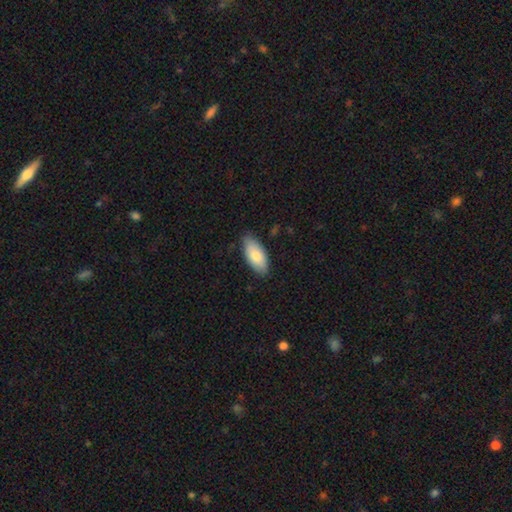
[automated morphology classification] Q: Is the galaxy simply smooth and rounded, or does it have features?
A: smooth — 80%.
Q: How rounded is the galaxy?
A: in between — 90%.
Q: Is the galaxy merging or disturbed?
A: none — 81%.